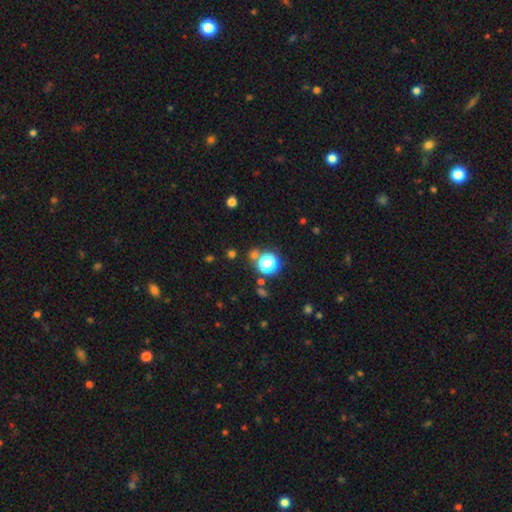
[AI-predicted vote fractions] Smooth or featured? star or artifact (56%)